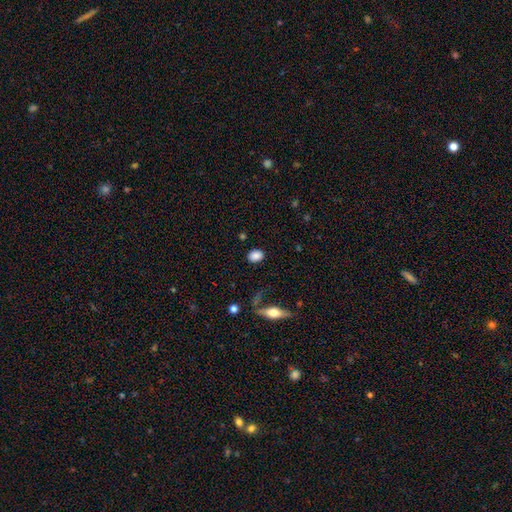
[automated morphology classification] Smooth or featured: smooth — 86% (star or artifact — 7%)
How rounded: in between — 67% (round — 31%)
Merging: none — 86% (minor disturbance — 9%)